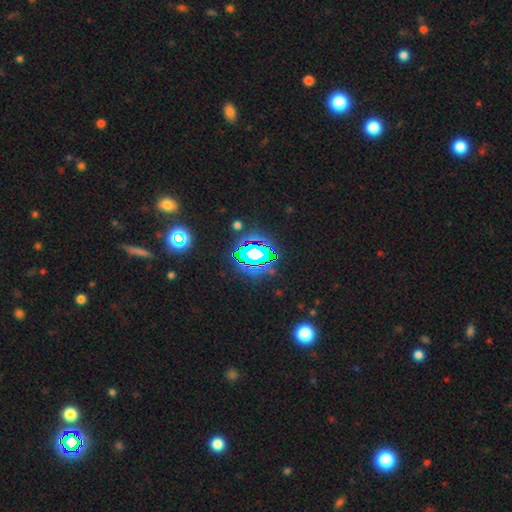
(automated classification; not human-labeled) A star or artifact, not a galaxy (77%).

Vote fractions:
- Smooth or featured? star or artifact: 77% / smooth: 13% / featured or disk: 10%